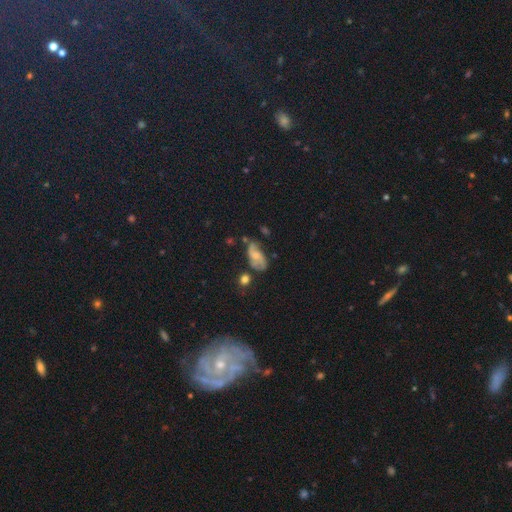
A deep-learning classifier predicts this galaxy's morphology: Q: Smooth or featured?
A: featured or disk (53%); runner-up: smooth (37%)
Q: Edge-on disk?
A: no (94%); runner-up: yes (6%)
Q: Merging?
A: none (46%); runner-up: minor disturbance (28%)